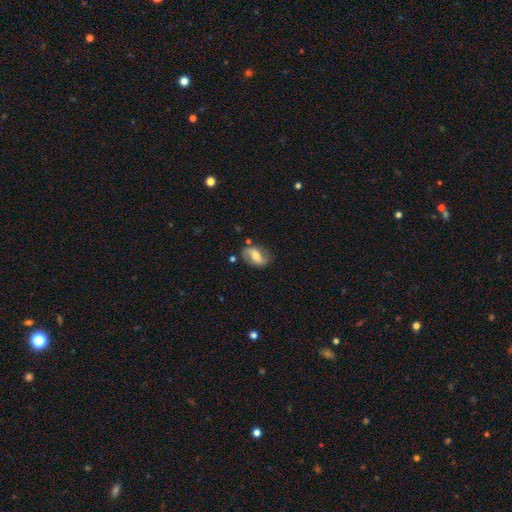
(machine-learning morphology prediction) Smooth or featured? Predicted: featured or disk (p=0.64). Edge-on disk? Predicted: no (p=0.95). Bar? Predicted: weak (p=0.38). Spiral arms? Predicted: yes (p=0.86). Spiral winding? Predicted: loose (p=0.56). Spiral arm count? Predicted: 2 (p=0.86). Bulge size? Predicted: moderate (p=0.62). Merging? Predicted: none (p=0.71).